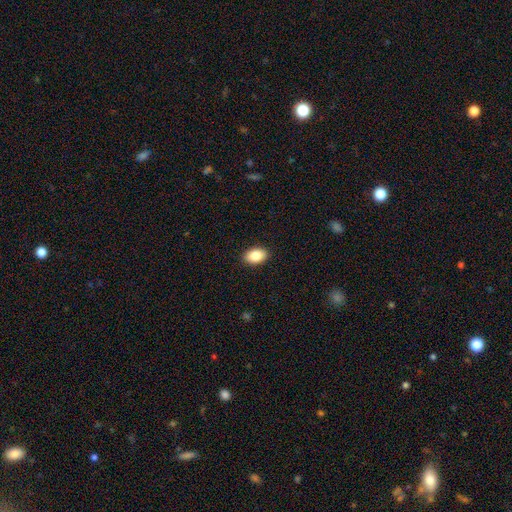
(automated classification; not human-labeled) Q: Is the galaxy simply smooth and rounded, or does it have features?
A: smooth — 86%.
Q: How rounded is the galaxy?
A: in between — 87%.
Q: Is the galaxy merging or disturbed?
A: none — 90%.